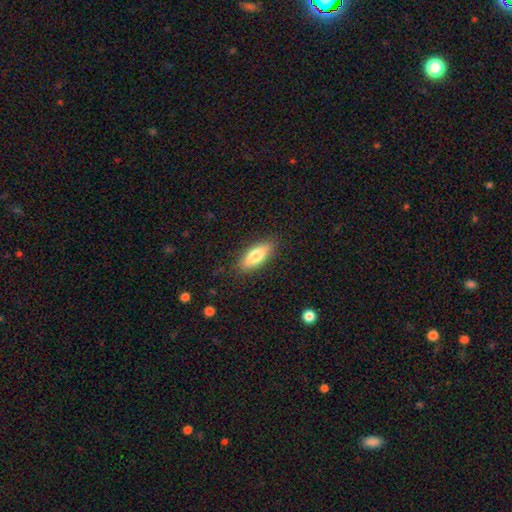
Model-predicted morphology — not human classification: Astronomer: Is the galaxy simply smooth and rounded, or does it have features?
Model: smooth — 77%.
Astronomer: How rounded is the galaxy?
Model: in between — 72%.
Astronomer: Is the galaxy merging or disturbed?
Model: none — 86%.